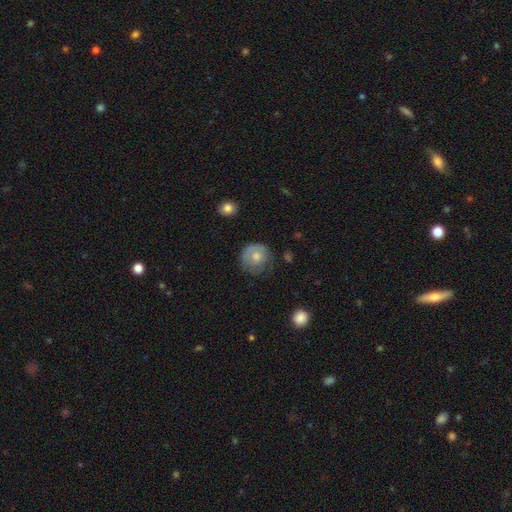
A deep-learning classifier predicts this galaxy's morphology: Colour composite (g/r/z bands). It shows a smooth galaxy with no disk features (61%) that is round (86%). Merging: none (59%).